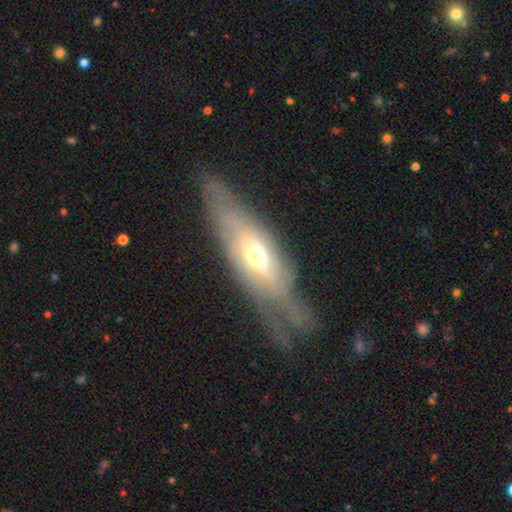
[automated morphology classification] This is likely a featured or disk galaxy (65%). It is likely viewed edge-on (61%). Merging: possibly none (46%).